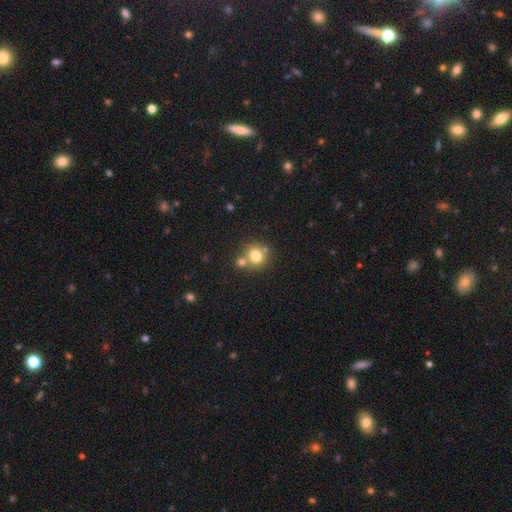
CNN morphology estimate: smooth_or_featured: smooth (p=0.76) [alt: star or artifact p=0.13]
how_rounded: round (p=0.86) [alt: in between p=0.13]
merging: none (p=0.59) [alt: merger p=0.29]